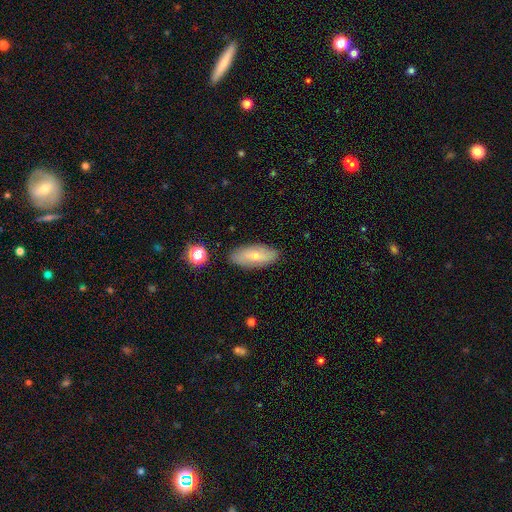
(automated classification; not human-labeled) A smooth galaxy with no disk features (57%) that is in between round and cigar-shaped (81%). Merging: none (85%).